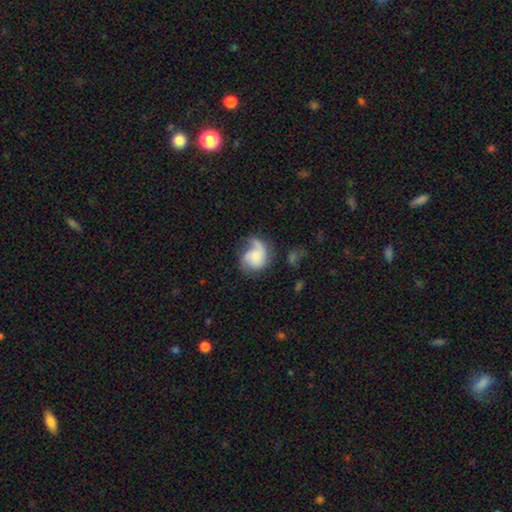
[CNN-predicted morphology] featured or disk 58%, smooth 34%, star or artifact 8%. Down the decision tree: edge-on disk — no (98%); bar — no (74%); spiral arms — yes (88%); bulge size — small (39%); merging — none (38%).